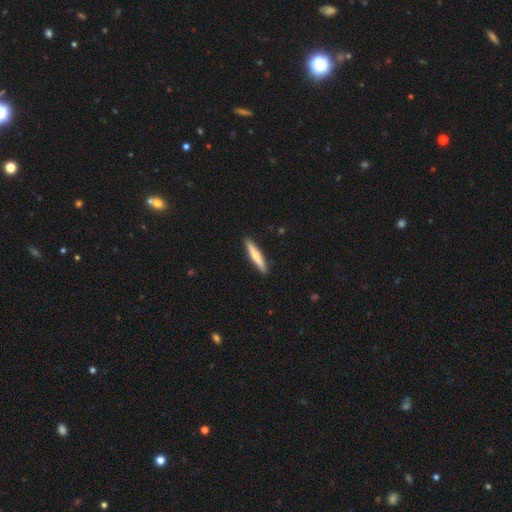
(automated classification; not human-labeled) Smooth or featured? Predicted: smooth (p=0.61). How rounded? Predicted: cigar-shaped (p=0.91). Merging? Predicted: none (p=0.91).